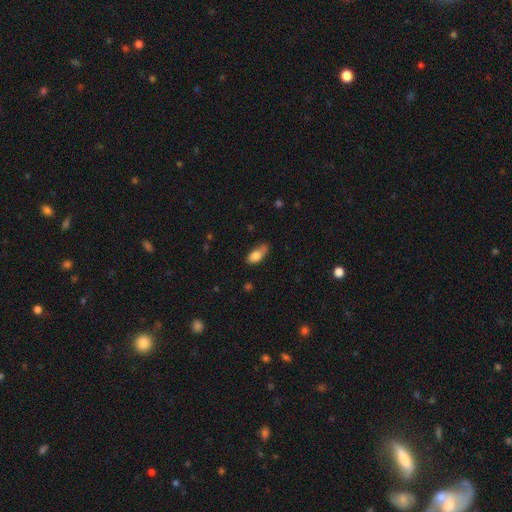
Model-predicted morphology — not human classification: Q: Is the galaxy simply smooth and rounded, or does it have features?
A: smooth — 79%.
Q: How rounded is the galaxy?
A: in between — 86%.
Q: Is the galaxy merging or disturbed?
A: none — 47%.